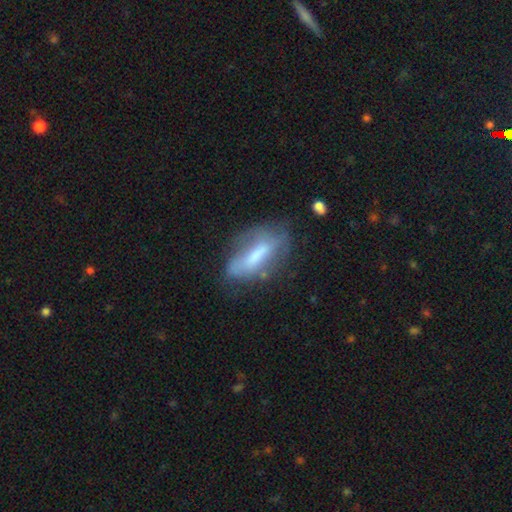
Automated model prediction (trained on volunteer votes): Smooth or featured? Predicted: smooth (p=0.52). How rounded? Predicted: in between (p=0.65). Merging? Predicted: none (p=0.50).